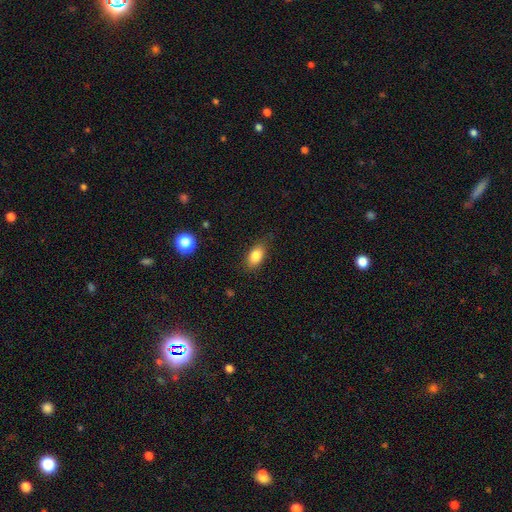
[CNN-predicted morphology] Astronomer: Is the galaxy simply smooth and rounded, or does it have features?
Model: smooth — 83%.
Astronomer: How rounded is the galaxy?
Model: in between — 88%.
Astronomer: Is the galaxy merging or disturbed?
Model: none — 81%.